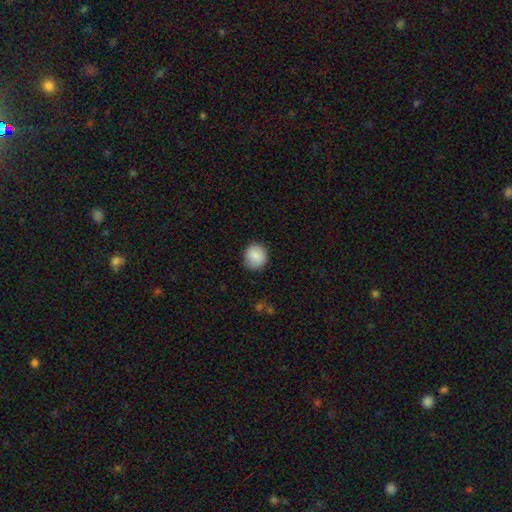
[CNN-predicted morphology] A smooth galaxy with no disk features (87%) that is round (90%). Merging: none (87%).